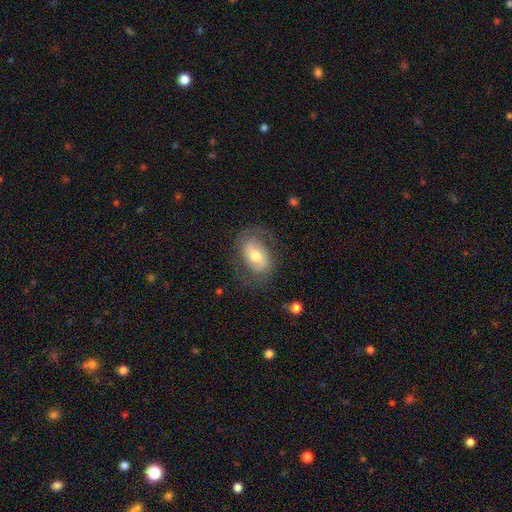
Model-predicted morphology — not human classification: type=featured or disk (50%); edge-on=no (93%); merging=none (68%).